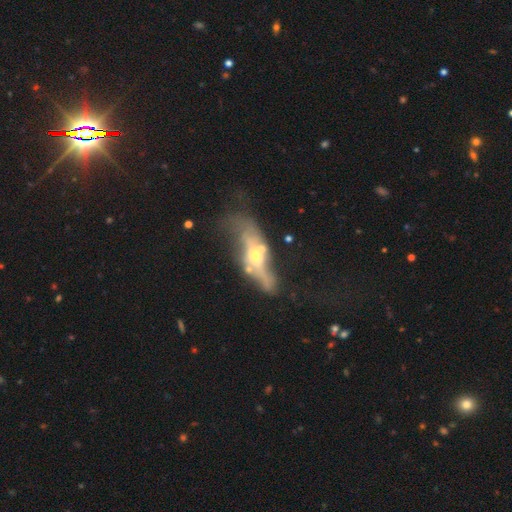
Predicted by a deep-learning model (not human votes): Morphology: type=featured or disk (66%); edge-on=no (64%); merging=major disturbance (30%).